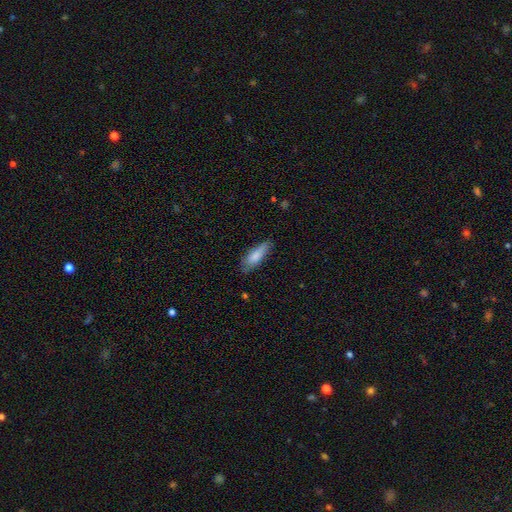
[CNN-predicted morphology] A smooth galaxy with no disk features (79%) that is in between round and cigar-shaped (49%, tied with cigar-shaped). Merging: none (74%).